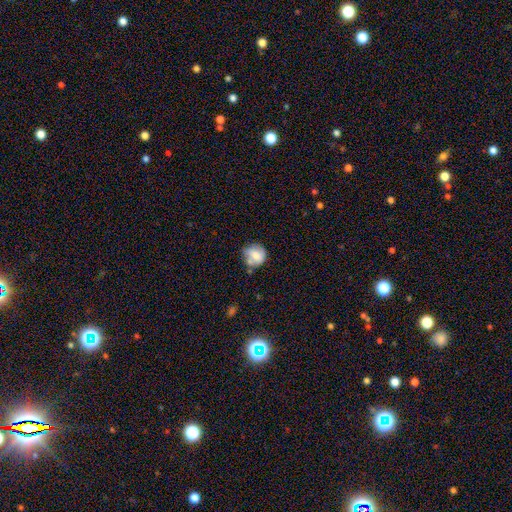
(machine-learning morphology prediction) Smooth or featured? Predicted: smooth (p=0.67). How rounded? Predicted: round (p=0.81). Merging? Predicted: none (p=0.50).